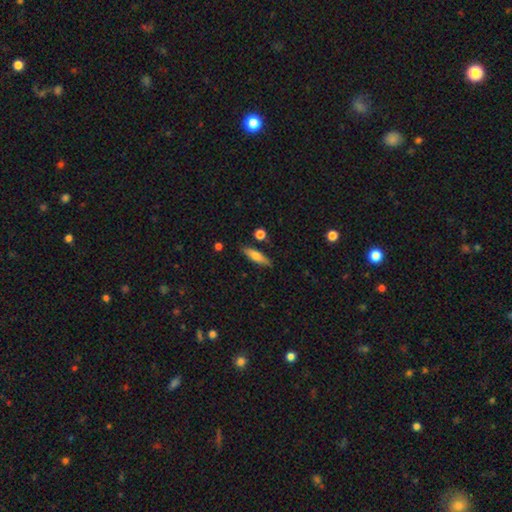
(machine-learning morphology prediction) Q: Smooth or featured?
A: smooth (66%); runner-up: featured or disk (27%)
Q: How rounded?
A: cigar-shaped (67%); runner-up: in between (31%)
Q: Merging?
A: none (83%); runner-up: minor disturbance (11%)